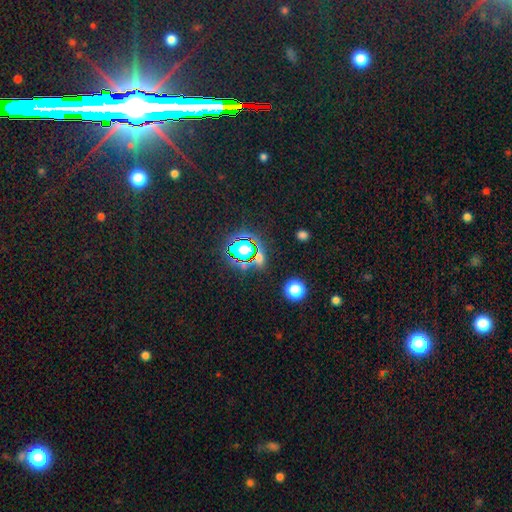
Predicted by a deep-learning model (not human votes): Morphology: type=star or artifact (70%).